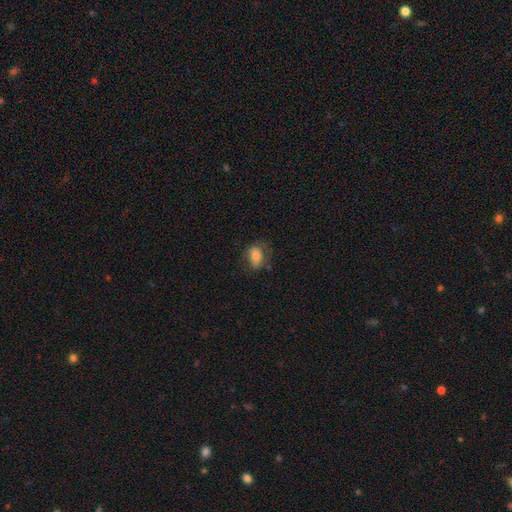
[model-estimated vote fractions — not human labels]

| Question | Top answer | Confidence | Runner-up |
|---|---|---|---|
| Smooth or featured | smooth | 74% | featured or disk (17%) |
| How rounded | in between | 82% | round (16%) |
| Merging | none | 59% | minor disturbance (25%) |